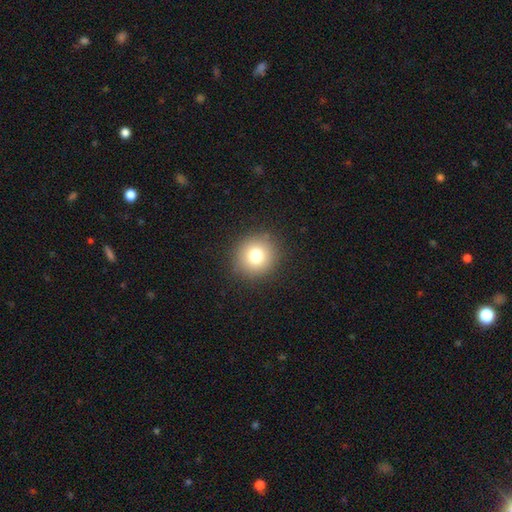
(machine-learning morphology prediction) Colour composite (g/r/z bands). It shows a smooth galaxy with no disk features (78%) that is round (93%). Merging: none (90%).